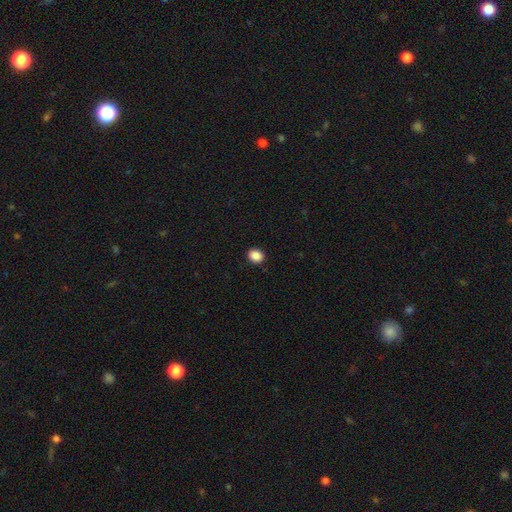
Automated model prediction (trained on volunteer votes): Smooth or featured: smooth — 89% (star or artifact — 9%)
How rounded: round — 56% (in between — 43%)
Merging: none — 91% (minor disturbance — 6%)